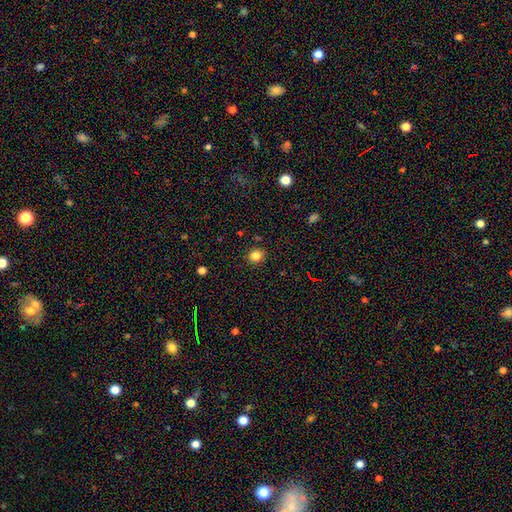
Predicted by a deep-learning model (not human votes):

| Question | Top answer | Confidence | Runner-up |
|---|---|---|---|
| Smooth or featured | smooth | 83% | star or artifact (12%) |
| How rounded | round | 85% | in between (14%) |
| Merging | none | 90% | minor disturbance (7%) |